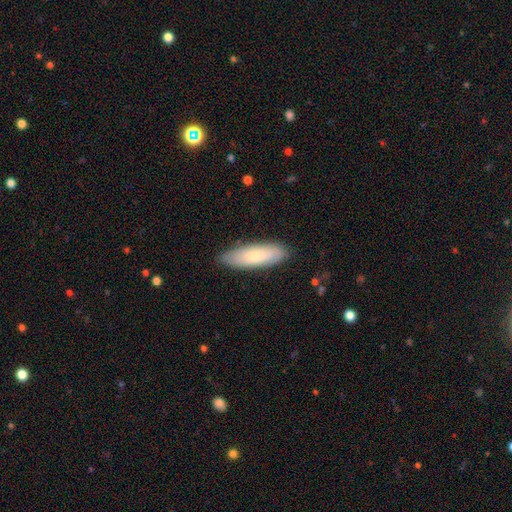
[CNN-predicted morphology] Q: Smooth or featured?
A: smooth (72%); runner-up: featured or disk (22%)
Q: How rounded?
A: in between (54%); runner-up: cigar-shaped (45%)
Q: Merging?
A: none (84%); runner-up: minor disturbance (13%)